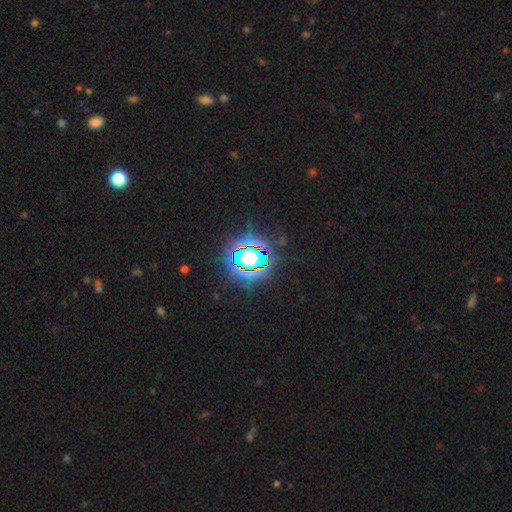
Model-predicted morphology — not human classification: Smooth or featured? star or artifact (80%)